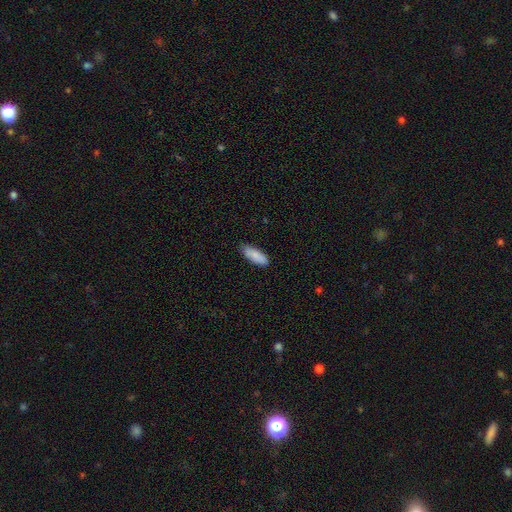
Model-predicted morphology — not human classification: The model was most divided on "how rounded": in between: 63%, cigar-shaped: 35%, round: 2%. More confident: smooth or featured — smooth (85%); merging — none (78%).